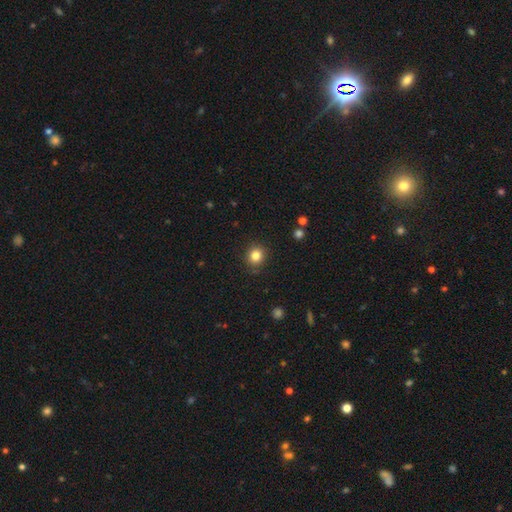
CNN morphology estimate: This appears to be a smooth galaxy with no disk features (83%) that is round (85%). Merging: none (88%).